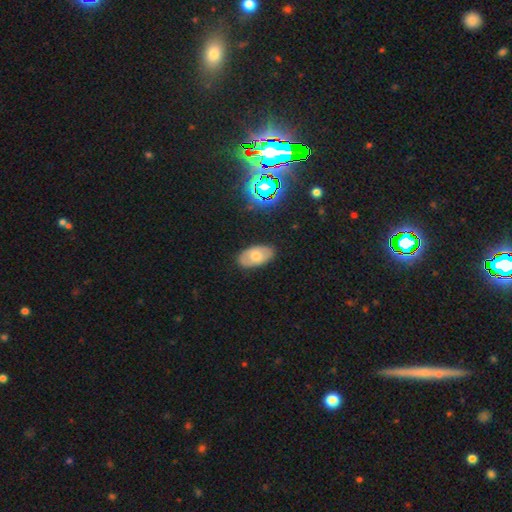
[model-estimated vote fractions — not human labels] smooth 59%, featured or disk 31%, star or artifact 10%. Down the decision tree: how rounded — in between (93%); merging — none (85%).